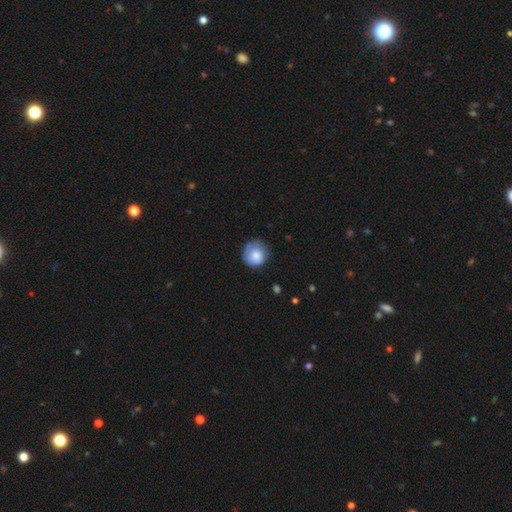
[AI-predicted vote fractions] Smooth or featured: smooth — 82% (featured or disk — 11%)
How rounded: round — 88% (in between — 11%)
Merging: none — 66% (minor disturbance — 25%)